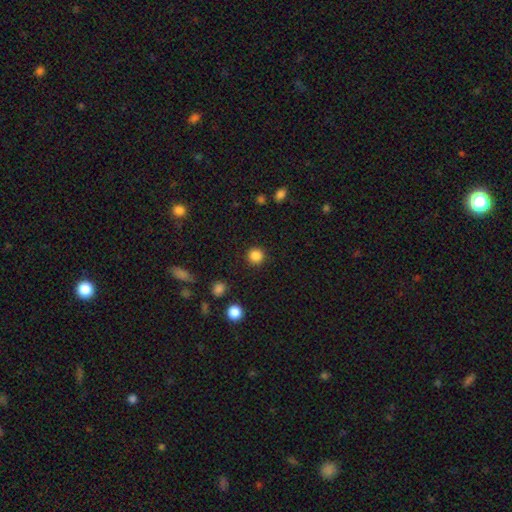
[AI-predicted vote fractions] This appears to be a smooth galaxy with no disk features (85%) that is round (94%). Merging: none (91%).